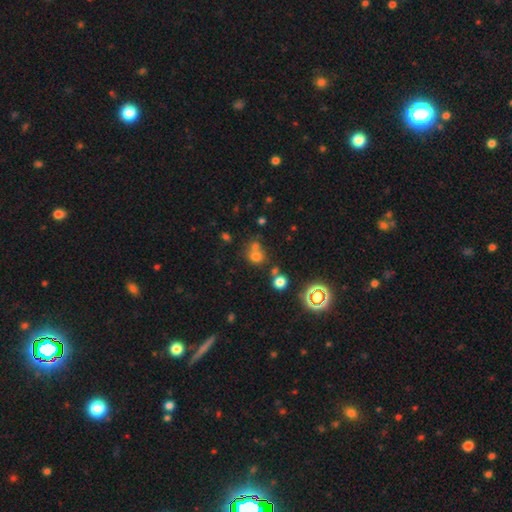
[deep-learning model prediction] smooth-or-featured: smooth: 65% | star or artifact: 25% | featured or disk: 11%
  how-rounded: round: 77% | in between: 22% | cigar-shaped: 1%
  merging: none: 51% | merger: 34% | minor disturbance: 10% | major disturbance: 5%